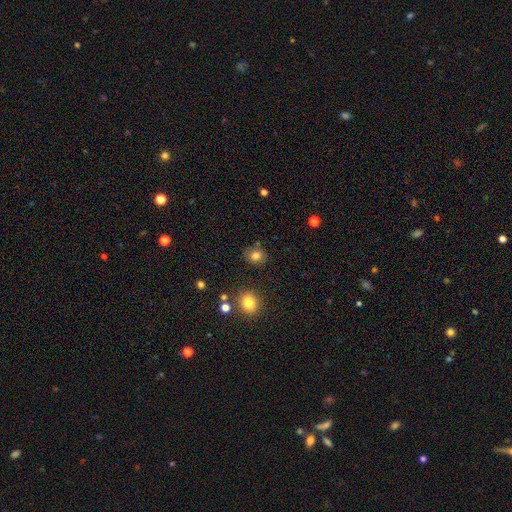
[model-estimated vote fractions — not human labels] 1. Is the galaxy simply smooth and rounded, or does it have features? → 79% smooth, 13% star or artifact, 8% featured or disk.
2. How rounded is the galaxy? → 65% round, 34% in between, 1% cigar-shaped.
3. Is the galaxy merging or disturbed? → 82% none, 11% minor disturbance, 3% merger, 3% major disturbance.